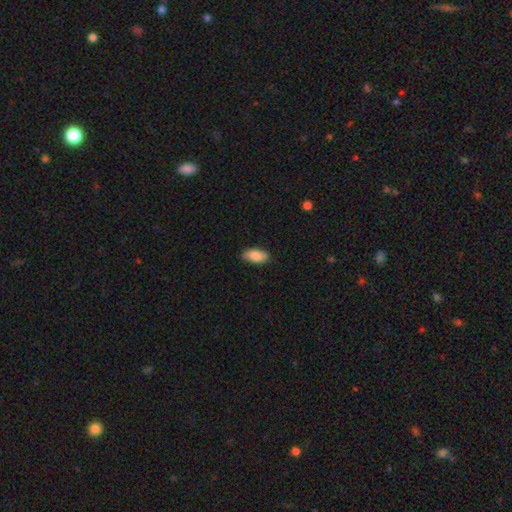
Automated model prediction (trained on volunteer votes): Morphology: type=smooth (85%); roundness=in between (90%); merging=none (83%).